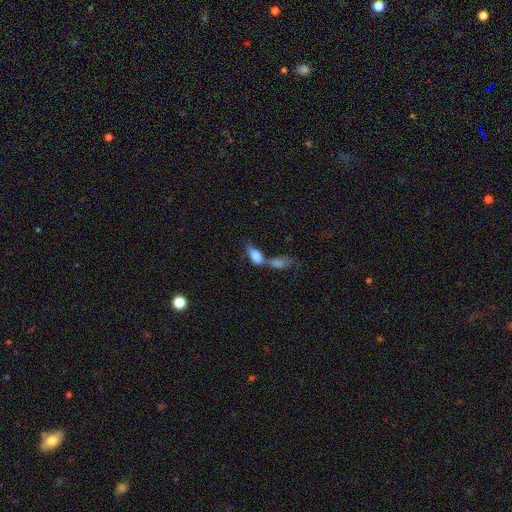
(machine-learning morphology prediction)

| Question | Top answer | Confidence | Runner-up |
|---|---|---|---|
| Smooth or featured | smooth | 76% | featured or disk (15%) |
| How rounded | in between | 81% | cigar-shaped (14%) |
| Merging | merger | 57% | none (23%) |